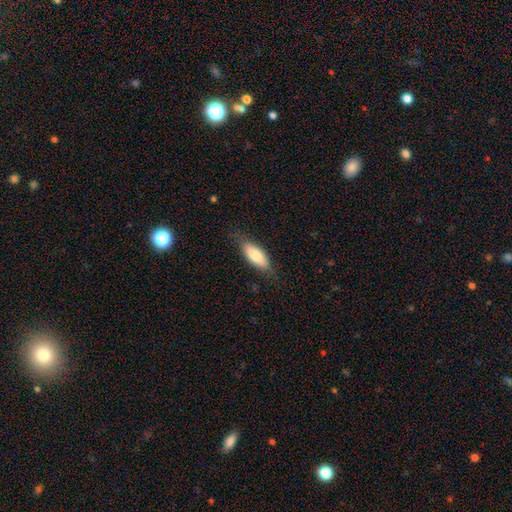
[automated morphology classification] This appears to be a smooth galaxy with no disk features (78%) that is in between round and cigar-shaped (79%). Merging: none (77%).